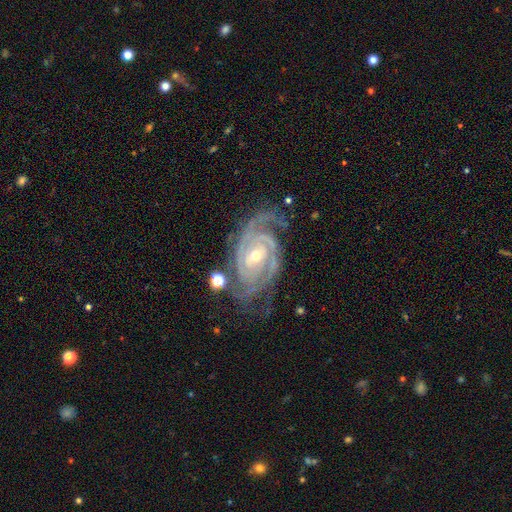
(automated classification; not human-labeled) This is clearly a featured or disk galaxy (93%). It is clearly not viewed edge-on (97%). Bar: possibly no (56%). Spiral arm pattern: clearly yes (99%). Spiral arm count: marginally 3 (32%). Spiral winding: likely tight (76%). Central bulge: possibly small (53%). Merging: likely none (68%).